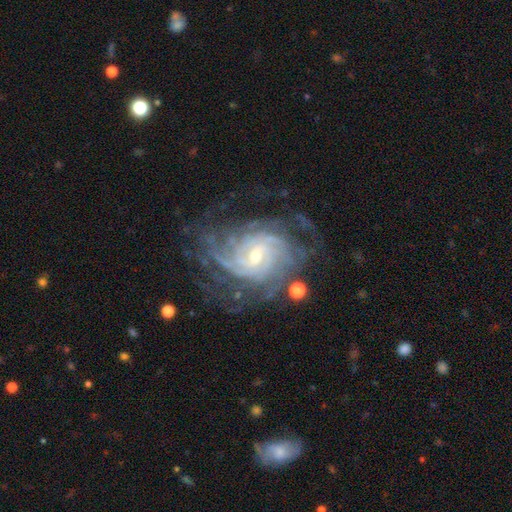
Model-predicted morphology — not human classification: type=featured or disk (90%); edge-on=no (97%); bar=weak (47%); spiral arms=yes (98%); winding=tight (69%); arm count=can't tell (27%); bulge=small (61%); merging=none (70%).